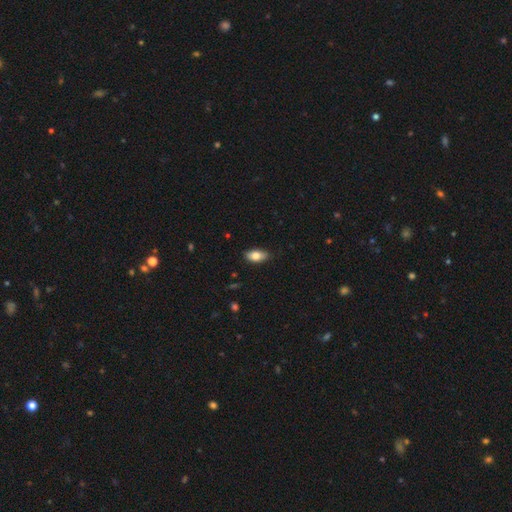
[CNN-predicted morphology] A smooth galaxy with no disk features (81%) that is in between round and cigar-shaped (91%).

Vote fractions:
- Smooth or featured? smooth: 81% / featured or disk: 12% / star or artifact: 7%
- How rounded? in between: 91% / cigar-shaped: 5% / round: 4%
- Merging? none: 85% / minor disturbance: 12% / major disturbance: 2% / merger: 1%